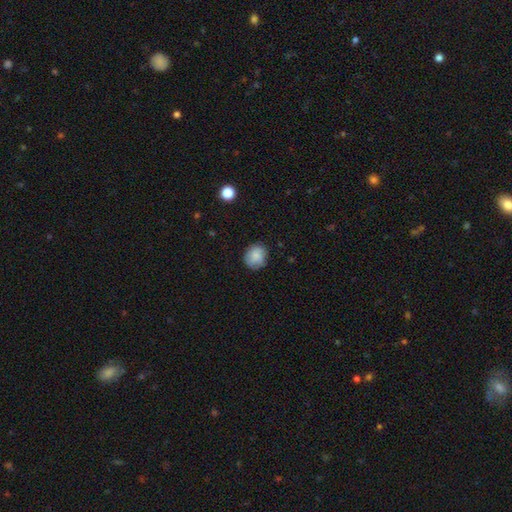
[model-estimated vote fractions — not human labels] smooth_or_featured: smooth (p=0.83) [alt: featured or disk p=0.08]
how_rounded: round (p=0.73) [alt: in between p=0.26]
merging: none (p=0.77) [alt: minor disturbance p=0.18]